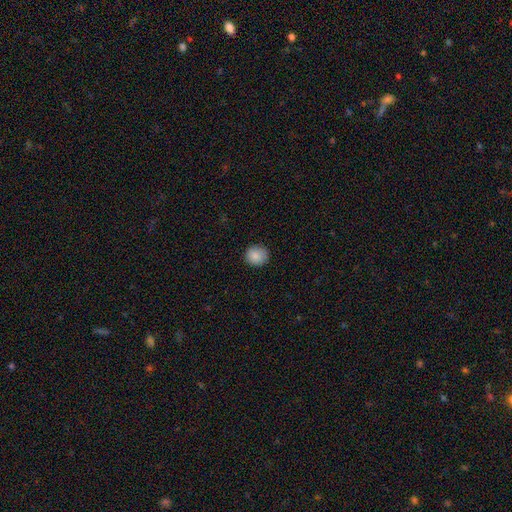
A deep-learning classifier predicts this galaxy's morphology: smooth-or-featured: smooth: 87% | star or artifact: 9% | featured or disk: 4%
  how-rounded: round: 88% | in between: 11% | cigar-shaped: 1%
  merging: none: 90% | minor disturbance: 7% | major disturbance: 2% | merger: 1%